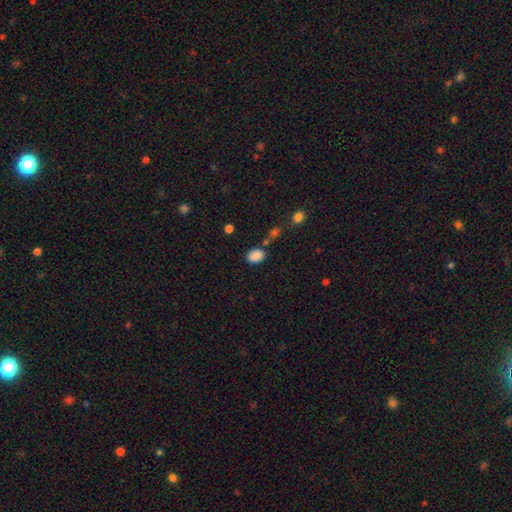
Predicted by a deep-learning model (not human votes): smooth_or_featured: smooth (p=0.87) [alt: star or artifact p=0.09]
how_rounded: in between (p=0.76) [alt: round p=0.22]
merging: none (p=0.76) [alt: minor disturbance p=0.14]